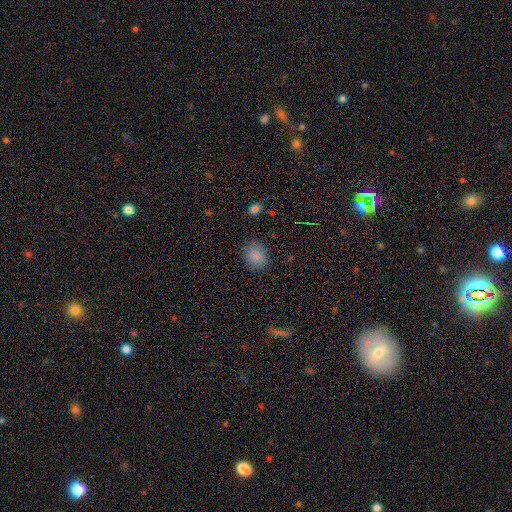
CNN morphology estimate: A smooth galaxy with no disk features (85%) that is round (63%).

Vote fractions:
- Smooth or featured? smooth: 85% / star or artifact: 10% / featured or disk: 5%
- How rounded? round: 63% / in between: 36% / cigar-shaped: 1%
- Merging? none: 84% / minor disturbance: 11% / major disturbance: 3% / merger: 1%